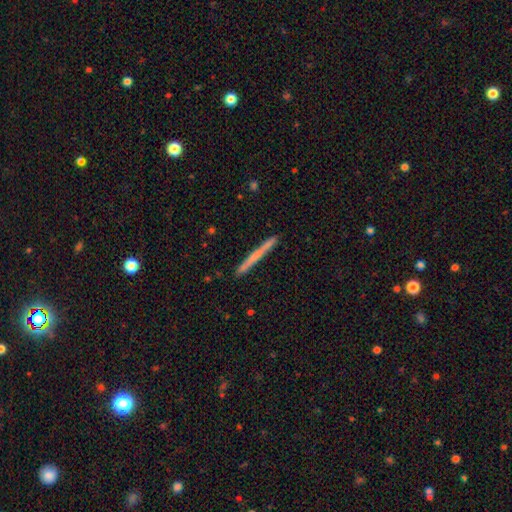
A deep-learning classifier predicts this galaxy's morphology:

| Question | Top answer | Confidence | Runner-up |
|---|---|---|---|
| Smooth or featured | smooth | 55% | featured or disk (40%) |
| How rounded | cigar-shaped | 97% | in between (2%) |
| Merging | none | 91% | minor disturbance (7%) |